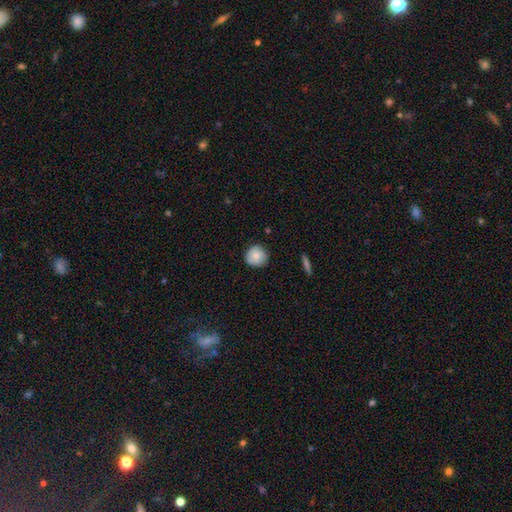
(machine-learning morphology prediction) Smooth or featured: smooth — 78% (featured or disk — 14%)
How rounded: round — 92% (in between — 7%)
Merging: none — 82% (minor disturbance — 14%)